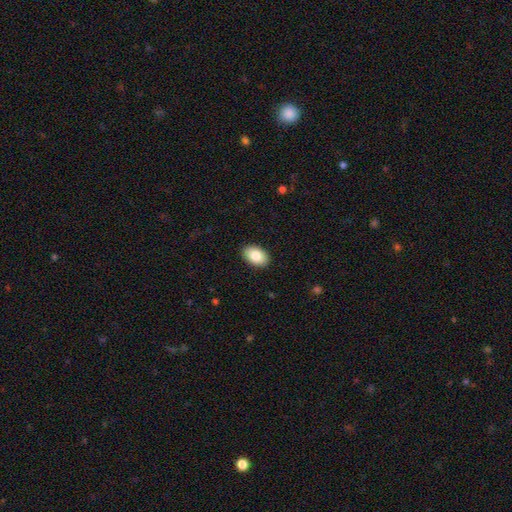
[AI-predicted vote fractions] Q: Smooth or featured?
A: smooth (85%); runner-up: featured or disk (8%)
Q: How rounded?
A: in between (91%); runner-up: round (8%)
Q: Merging?
A: none (90%); runner-up: minor disturbance (7%)